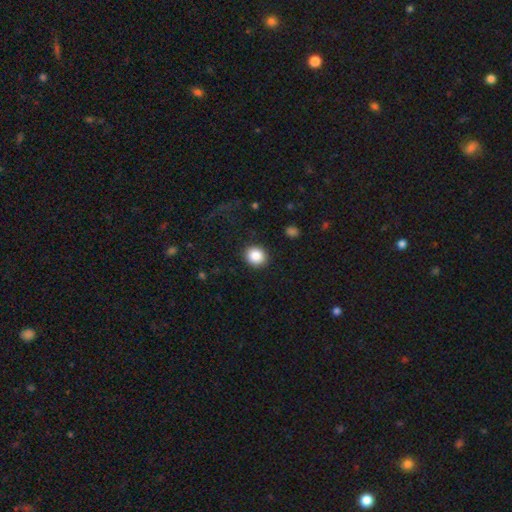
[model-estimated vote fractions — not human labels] Morphology: type=smooth (87%); roundness=round (79%); merging=none (90%).